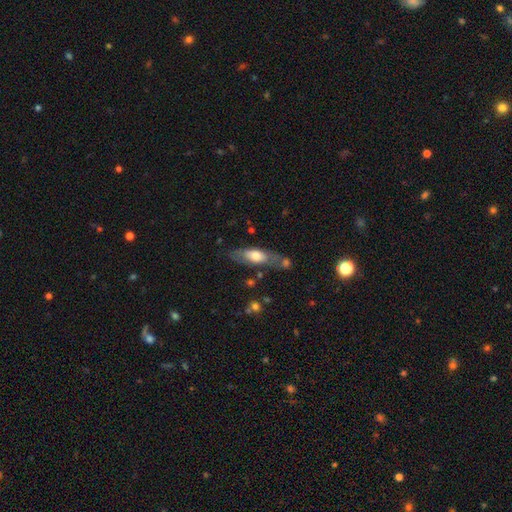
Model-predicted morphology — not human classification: smooth 56%, featured or disk 37%, star or artifact 6%. Down the decision tree: how rounded — in between (62%); merging — none (59%).